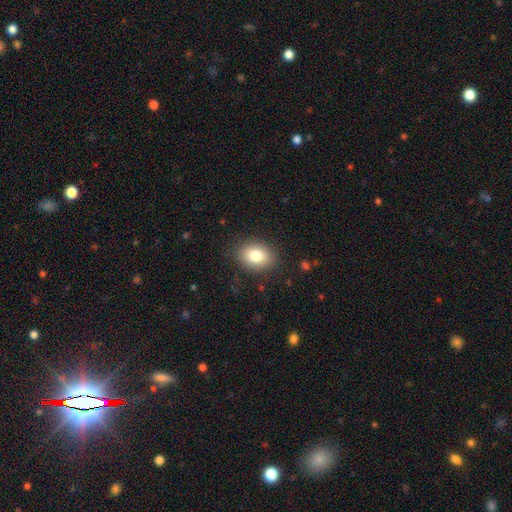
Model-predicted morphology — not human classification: smooth_or_featured: smooth (p=0.81) [alt: featured or disk p=0.09]
how_rounded: in between (p=0.60) [alt: round p=0.40]
merging: none (p=0.87) [alt: minor disturbance p=0.09]